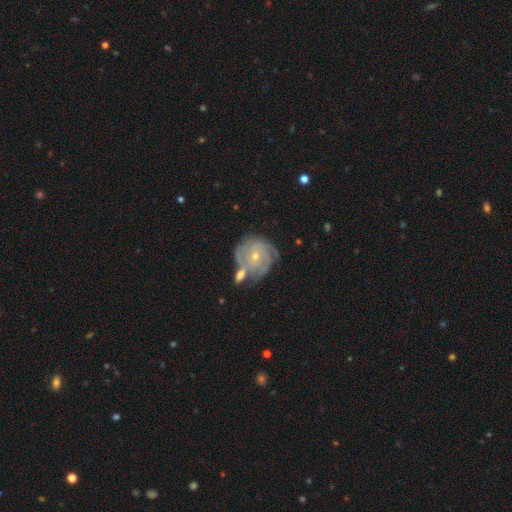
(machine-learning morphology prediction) Q: Smooth or featured?
A: featured or disk (83%); runner-up: smooth (11%)
Q: Edge-on disk?
A: no (97%); runner-up: yes (3%)
Q: Bar?
A: no (75%); runner-up: weak (20%)
Q: Spiral arms?
A: yes (95%); runner-up: no (5%)
Q: Spiral winding?
A: tight (74%); runner-up: medium (21%)
Q: Spiral arm count?
A: 3 (35%); runner-up: can't tell (23%)
Q: Bulge size?
A: small (60%); runner-up: moderate (37%)
Q: Merging?
A: none (55%); runner-up: merger (19%)